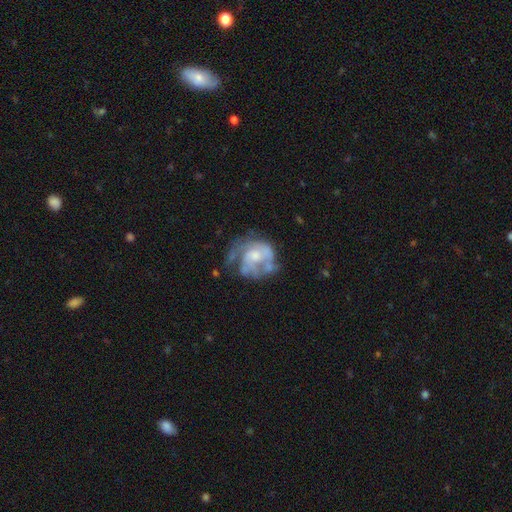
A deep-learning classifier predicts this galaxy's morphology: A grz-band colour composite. It shows a featured or disk galaxy (74%) with no bar (74%), tight (42%) spiral arms (73%) and a moderate central bulge (47%). Merging: none (41%).